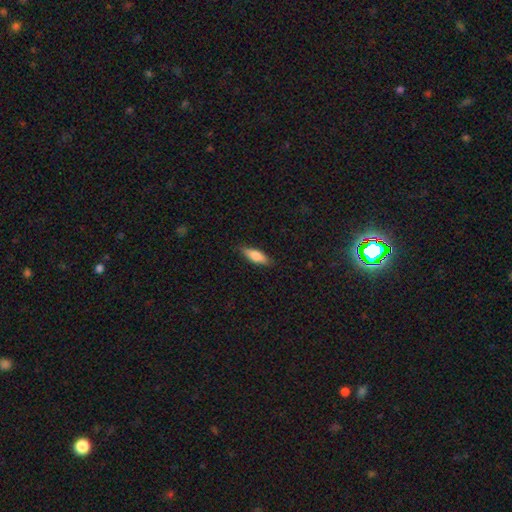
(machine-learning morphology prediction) This appears to be a smooth galaxy with no disk features (75%) that is in between round and cigar-shaped (55%). Merging: none (85%).